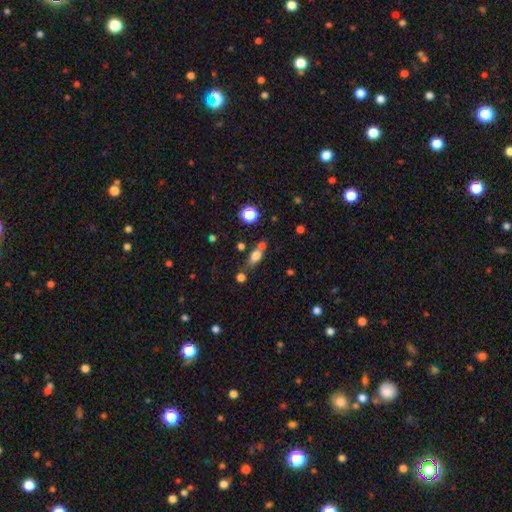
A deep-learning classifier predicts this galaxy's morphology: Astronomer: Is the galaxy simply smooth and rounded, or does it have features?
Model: smooth — 71%.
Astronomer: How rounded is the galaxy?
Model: in between — 65%.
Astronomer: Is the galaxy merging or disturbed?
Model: none — 52%.